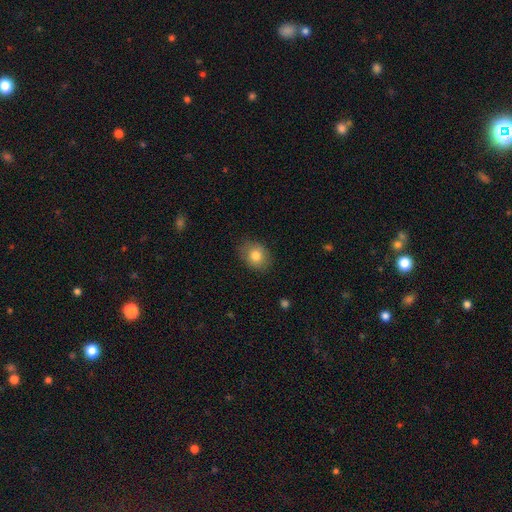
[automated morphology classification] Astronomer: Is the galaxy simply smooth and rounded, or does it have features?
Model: smooth — 80%.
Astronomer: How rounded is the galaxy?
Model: in between — 52% (runner-up: round, 47%).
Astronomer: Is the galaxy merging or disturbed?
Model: none — 83%.